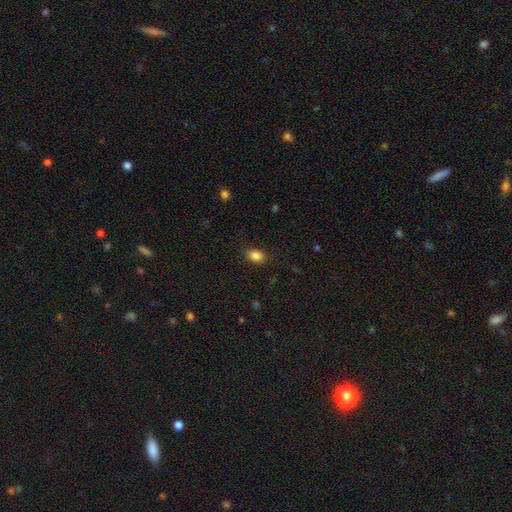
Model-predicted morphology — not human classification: A smooth galaxy with no disk features (85%) that is in between round and cigar-shaped (75%). Merging: none (82%).